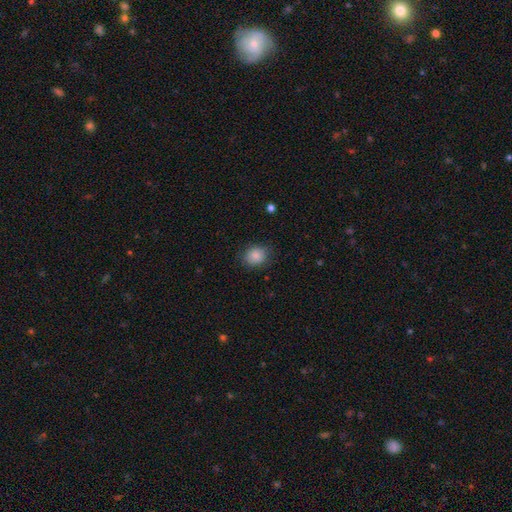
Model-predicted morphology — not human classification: Smooth or featured? Predicted: smooth (p=0.86). How rounded? Predicted: round (p=0.68). Merging? Predicted: none (p=0.83).